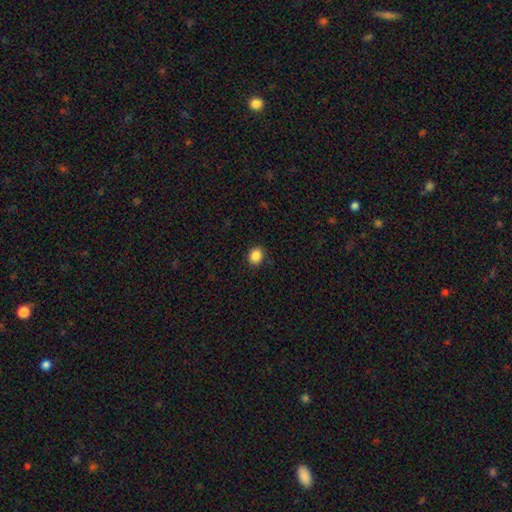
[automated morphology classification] Smooth or featured? smooth (87%)
How rounded? round (71%)
Merging? none (90%)